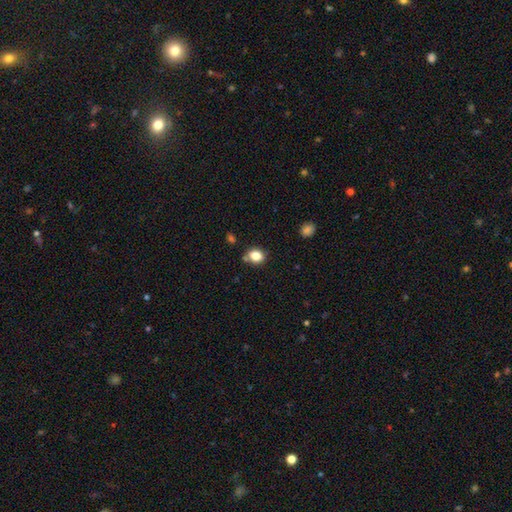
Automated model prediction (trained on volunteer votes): A smooth galaxy with no disk features (81%) that is round (56%). Merging: none (73%).